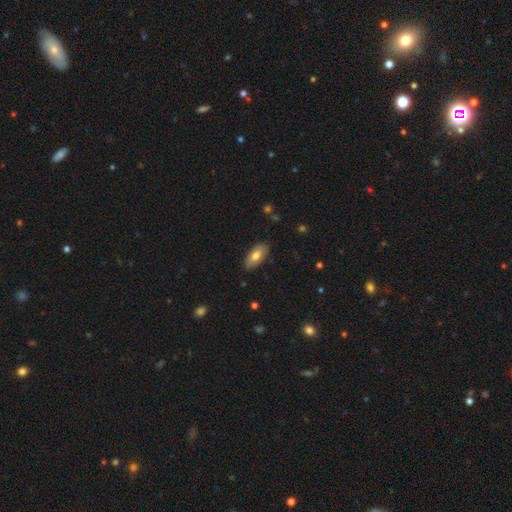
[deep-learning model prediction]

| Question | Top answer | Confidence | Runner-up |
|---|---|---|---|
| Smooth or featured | smooth | 73% | featured or disk (21%) |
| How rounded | in between | 90% | cigar-shaped (8%) |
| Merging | none | 86% | minor disturbance (11%) |